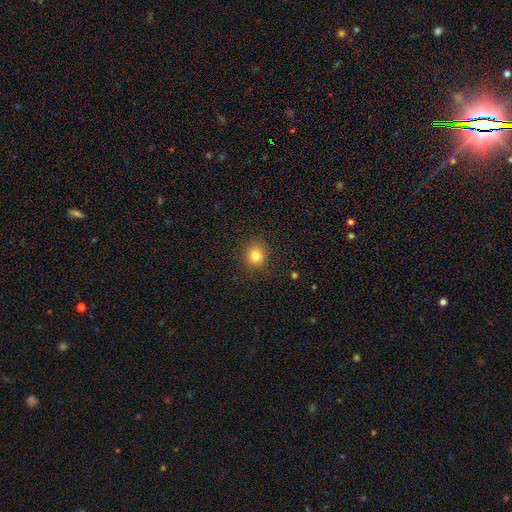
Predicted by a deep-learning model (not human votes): A smooth galaxy with no disk features (81%) that is round (87%). Merging: none (90%).